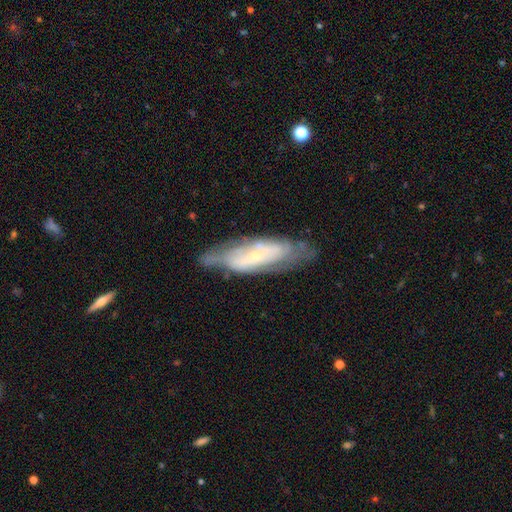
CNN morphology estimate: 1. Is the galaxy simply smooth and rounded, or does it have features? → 72% featured or disk, 21% smooth, 7% star or artifact.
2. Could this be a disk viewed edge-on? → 77% no, 23% yes.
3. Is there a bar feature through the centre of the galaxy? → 51% no, 31% weak, 18% strong.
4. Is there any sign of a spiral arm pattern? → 77% yes, 23% no.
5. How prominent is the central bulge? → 78% small, 16% moderate, 4% none, 2% large, 1% dominant.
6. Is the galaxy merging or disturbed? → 64% none, 24% minor disturbance, 10% major disturbance, 3% merger.